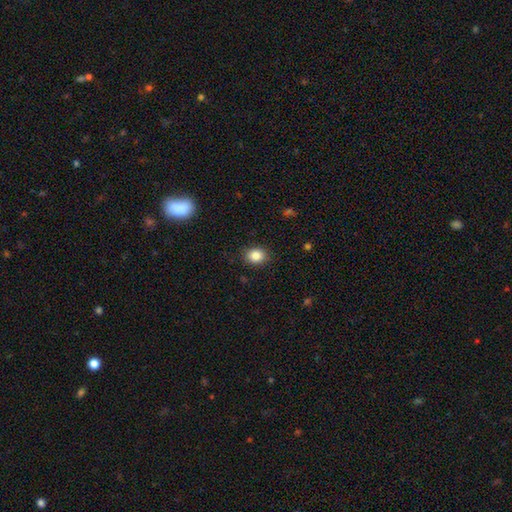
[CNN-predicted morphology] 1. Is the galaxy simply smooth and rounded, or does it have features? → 85% smooth, 10% star or artifact, 5% featured or disk.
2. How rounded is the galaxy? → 51% round, 48% in between, 1% cigar-shaped.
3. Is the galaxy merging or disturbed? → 88% none, 9% minor disturbance, 2% major disturbance, 1% merger.